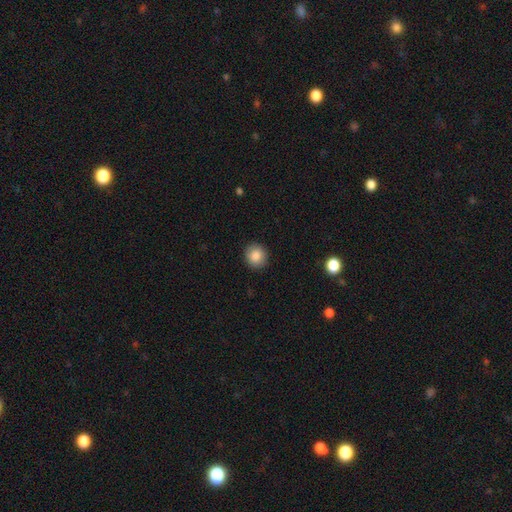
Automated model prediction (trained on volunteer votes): Overall: smooth (87%). How rounded: round (87%). Merging: none (90%).